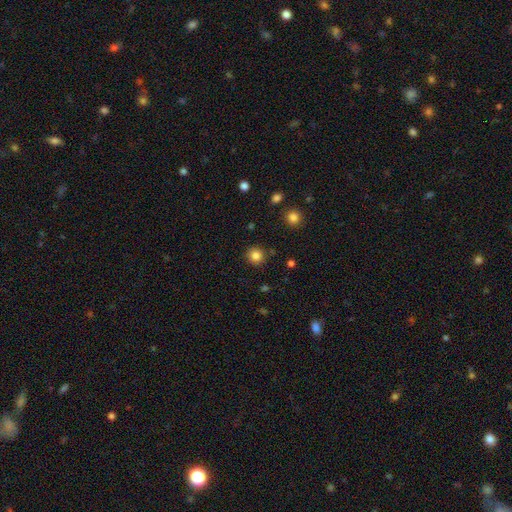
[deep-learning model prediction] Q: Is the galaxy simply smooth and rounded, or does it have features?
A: smooth — 84%.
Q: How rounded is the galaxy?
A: round — 93%.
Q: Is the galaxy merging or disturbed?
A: none — 90%.